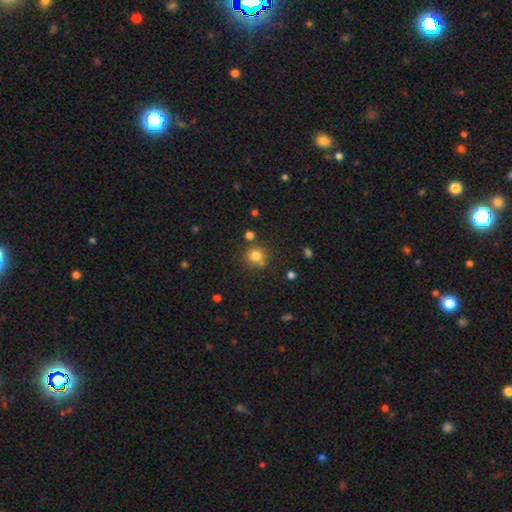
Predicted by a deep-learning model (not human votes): This appears to be a smooth galaxy with no disk features (77%) that is round (90%). Merging: none (72%).